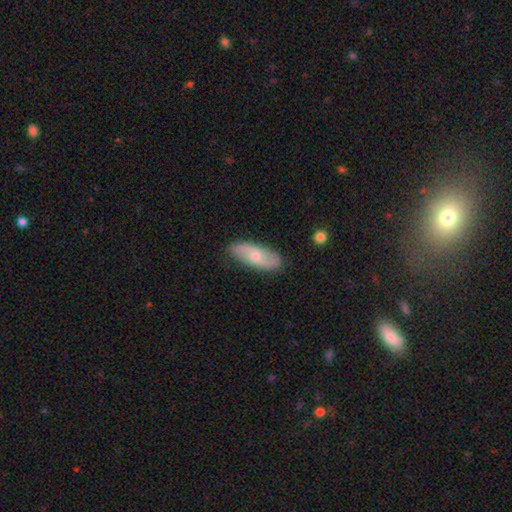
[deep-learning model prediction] This appears to be a smooth galaxy with no disk features (48%). Merging: none (84%).